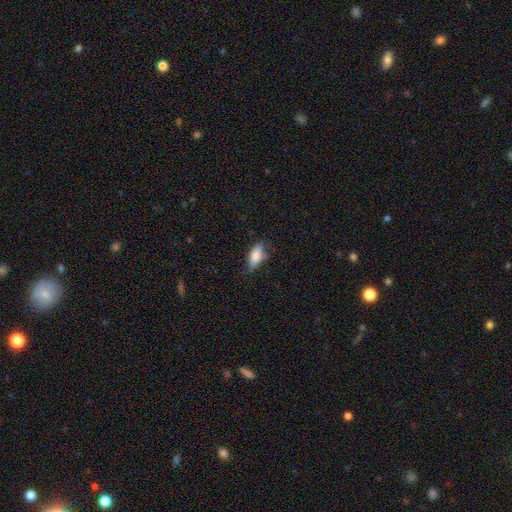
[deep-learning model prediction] Smooth or featured?
  - smooth: 71% *
  - featured or disk: 21%
  - star or artifact: 8%
How rounded?
  - in between: 73% *
  - cigar-shaped: 24%
  - round: 3%
Merging?
  - none: 63% *
  - minor disturbance: 26%
  - major disturbance: 7%
  - merger: 4%